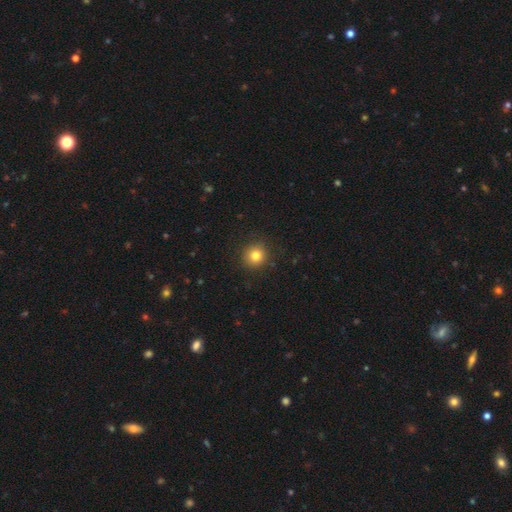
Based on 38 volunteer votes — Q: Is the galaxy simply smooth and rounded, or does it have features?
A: smooth — 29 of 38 (76%).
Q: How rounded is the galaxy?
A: round — 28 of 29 (97%).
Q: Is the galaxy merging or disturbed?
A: none — 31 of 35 (89%).